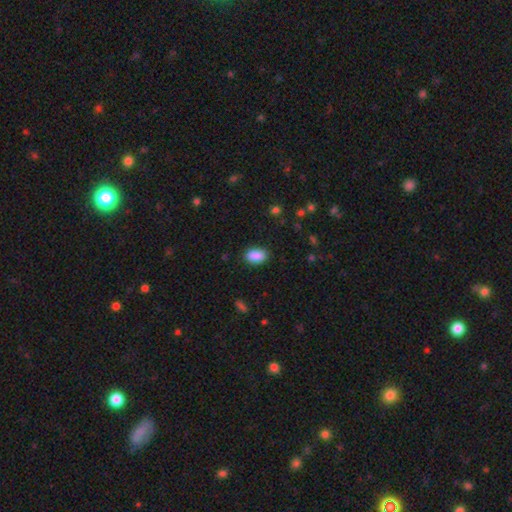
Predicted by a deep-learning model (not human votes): A smooth galaxy with no disk features (90%) that is in between round and cigar-shaped (92%). Merging: none (88%).